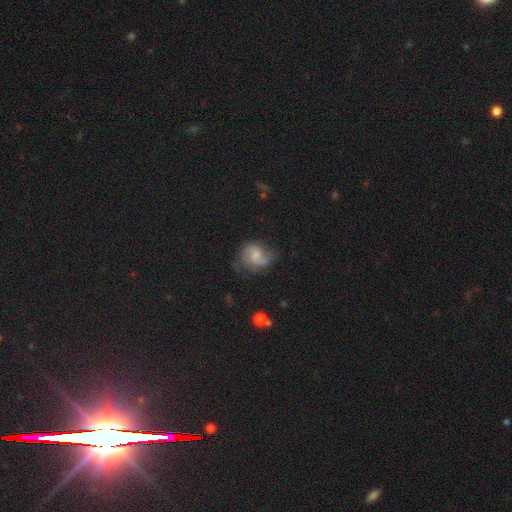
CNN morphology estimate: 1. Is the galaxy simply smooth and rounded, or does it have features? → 62% featured or disk, 30% smooth, 9% star or artifact.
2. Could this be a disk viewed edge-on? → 98% no, 2% yes.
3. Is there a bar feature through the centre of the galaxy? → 51% no, 41% weak, 7% strong.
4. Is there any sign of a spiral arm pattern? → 87% yes, 13% no.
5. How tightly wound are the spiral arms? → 43% medium, 41% loose, 16% tight.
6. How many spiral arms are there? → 77% 2, 11% can't tell, 7% 1, 2% 3, 1% 4, 1% more than 4.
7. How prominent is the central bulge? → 38% small, 34% moderate, 21% none, 6% large, 1% dominant.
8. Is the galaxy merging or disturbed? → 51% none, 28% minor disturbance, 19% major disturbance, 3% merger.